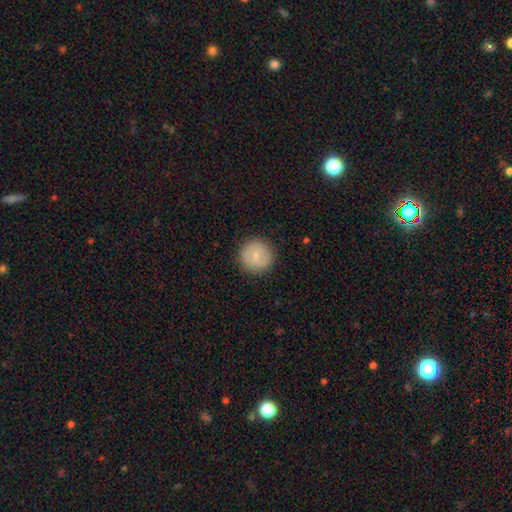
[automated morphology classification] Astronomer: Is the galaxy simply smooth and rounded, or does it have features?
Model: smooth — 76%.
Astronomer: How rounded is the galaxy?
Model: round — 94%.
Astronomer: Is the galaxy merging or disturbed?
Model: none — 89%.